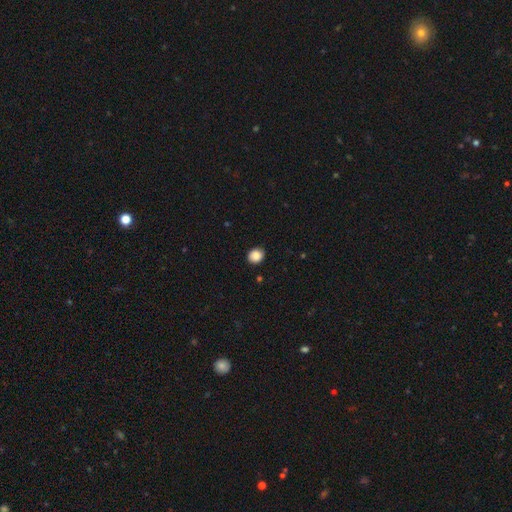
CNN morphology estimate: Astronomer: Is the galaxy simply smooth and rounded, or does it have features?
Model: smooth — 88%.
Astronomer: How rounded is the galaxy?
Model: round — 76%.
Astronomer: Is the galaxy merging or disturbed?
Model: none — 89%.